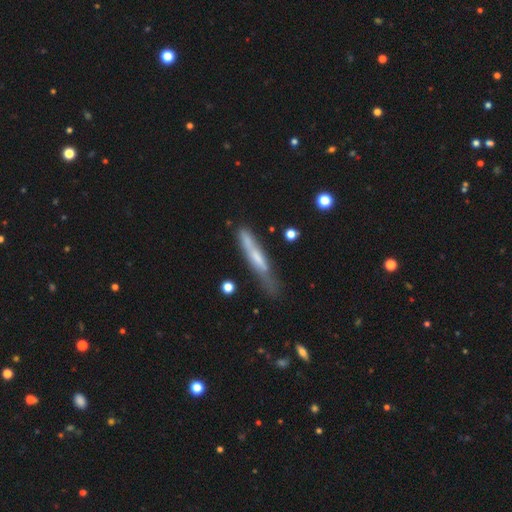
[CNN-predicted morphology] This is possibly a smooth galaxy (49%). Merging: possibly none (54%).